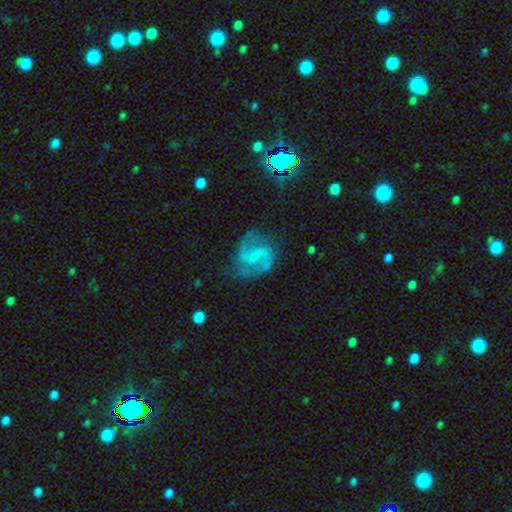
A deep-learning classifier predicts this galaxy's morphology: smooth_or_featured: featured or disk (p=0.84) [alt: smooth p=0.09]
disk_edge_on: no (p=0.98) [alt: yes p=0.02]
bar: weak (p=0.52) [alt: strong p=0.26]
has_spiral_arms: yes (p=0.96) [alt: no p=0.04]
spiral_winding: medium (p=0.52) [alt: loose p=0.35]
spiral_arm_count: 2 (p=0.91) [alt: can't tell p=0.03]
bulge_size: none (p=0.54) [alt: small p=0.31]
merging: none (p=0.71) [alt: minor disturbance p=0.17]